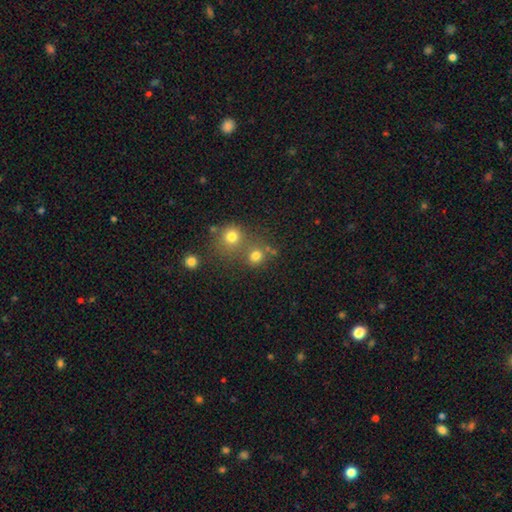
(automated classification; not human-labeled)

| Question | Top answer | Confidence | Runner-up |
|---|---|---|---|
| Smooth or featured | smooth | 76% | star or artifact (16%) |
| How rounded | round | 86% | in between (13%) |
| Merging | none | 60% | merger (29%) |